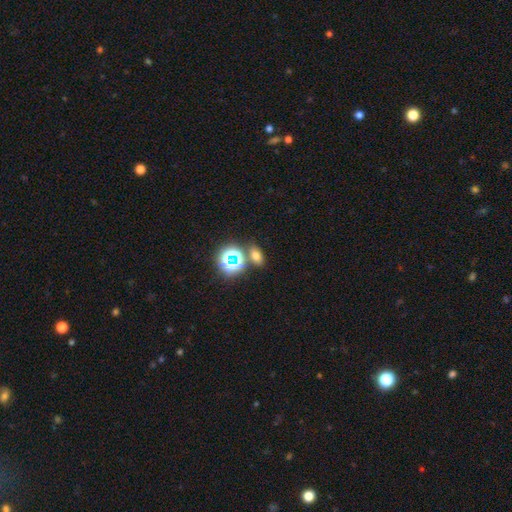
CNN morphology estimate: type=smooth (60%); roundness=in between (75%); merging=none (76%).